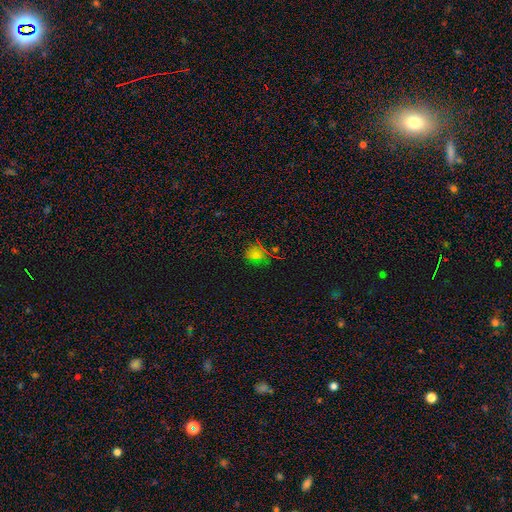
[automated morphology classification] The model was most divided on "smooth or featured": smooth: 53%, star or artifact: 38%, featured or disk: 9%. More confident: merging — none (70%); how rounded — round (61%).